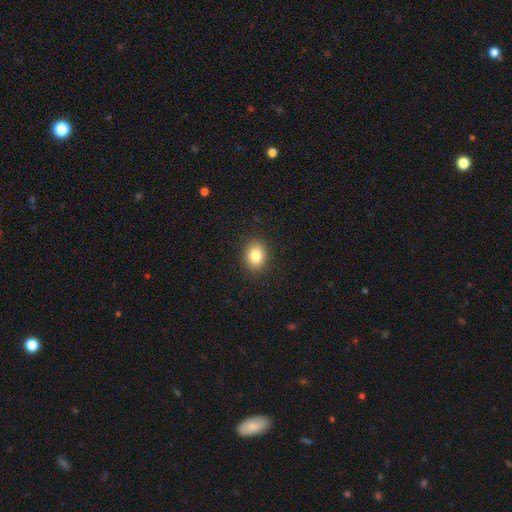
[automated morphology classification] type=smooth (83%); roundness=in between (53%); merging=none (90%).